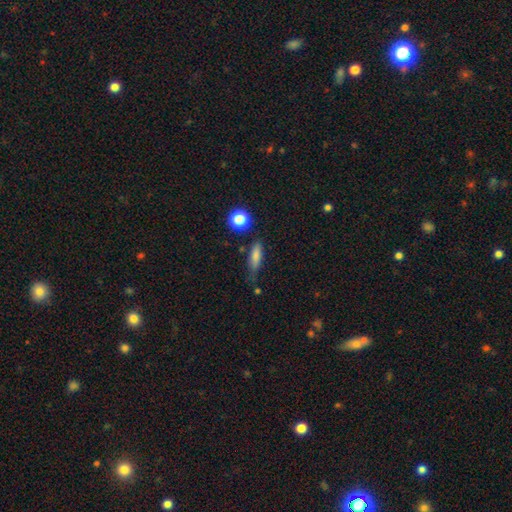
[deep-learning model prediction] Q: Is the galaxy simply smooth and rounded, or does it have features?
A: smooth — 78%.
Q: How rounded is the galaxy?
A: cigar-shaped — 55%.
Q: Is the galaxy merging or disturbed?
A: none — 61%.